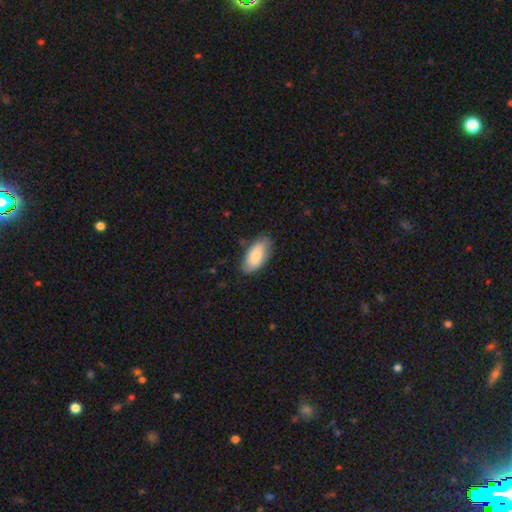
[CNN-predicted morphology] Smooth or featured? smooth (80%)
How rounded? in between (91%)
Merging? none (77%)